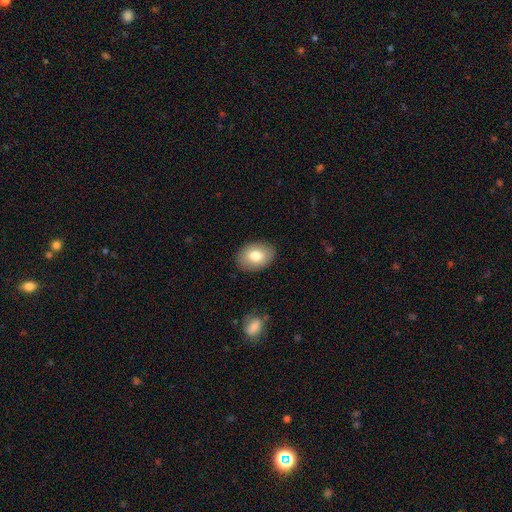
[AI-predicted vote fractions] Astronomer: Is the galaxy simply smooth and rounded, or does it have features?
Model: smooth — 78%.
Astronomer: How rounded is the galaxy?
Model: in between — 80%.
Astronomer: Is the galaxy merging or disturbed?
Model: none — 87%.